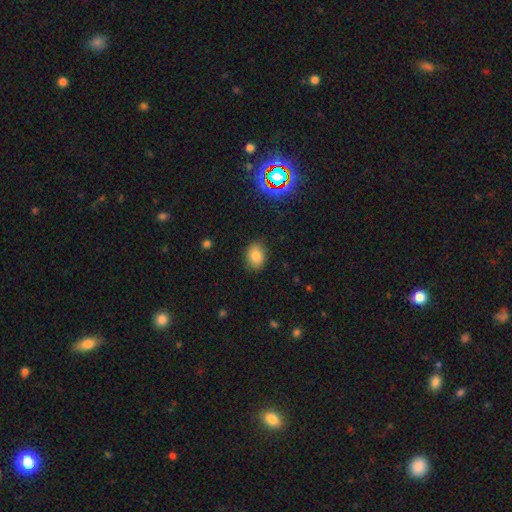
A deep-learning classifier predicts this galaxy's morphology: A smooth galaxy with no disk features (80%) that is in between round and cigar-shaped (64%). Merging: none (86%).